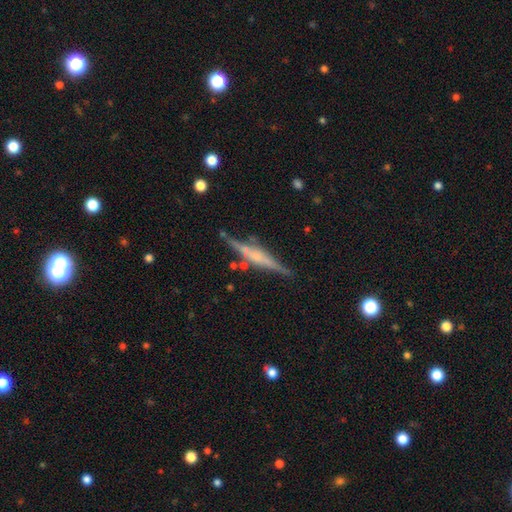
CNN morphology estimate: type=featured or disk (73%); edge-on=yes (97%); edge-on bulge=rounded (52%); merging=none (80%).